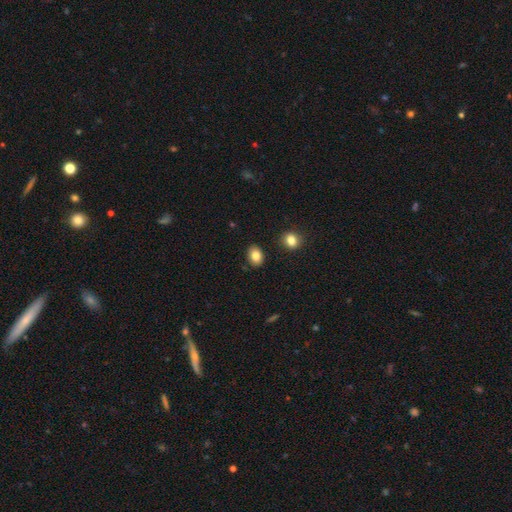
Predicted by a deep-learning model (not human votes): smooth-or-featured: smooth: 82% | star or artifact: 9% | featured or disk: 8%
  how-rounded: in between: 70% | round: 29% | cigar-shaped: 1%
  merging: none: 87% | minor disturbance: 8% | merger: 3% | major disturbance: 2%